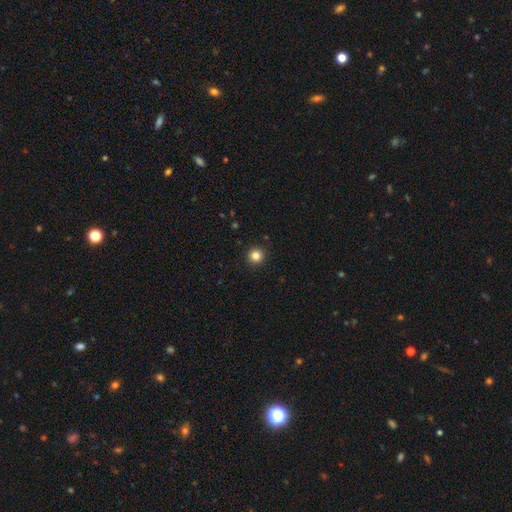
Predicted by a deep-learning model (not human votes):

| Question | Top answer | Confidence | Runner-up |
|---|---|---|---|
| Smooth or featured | smooth | 84% | star or artifact (12%) |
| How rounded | round | 95% | in between (4%) |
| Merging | none | 93% | minor disturbance (4%) |